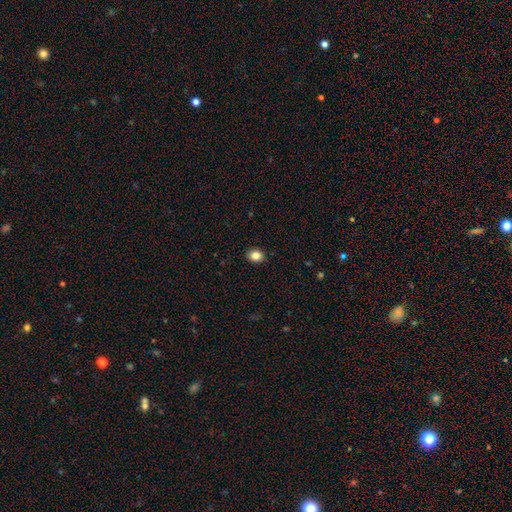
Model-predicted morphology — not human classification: Smooth or featured?
  - smooth: 85% *
  - star or artifact: 10%
  - featured or disk: 5%
How rounded?
  - round: 53% *
  - in between: 46%
  - cigar-shaped: 1%
Merging?
  - none: 90% *
  - minor disturbance: 7%
  - major disturbance: 2%
  - merger: 1%